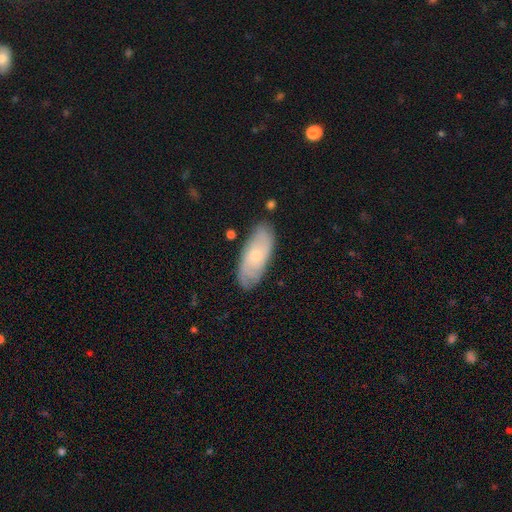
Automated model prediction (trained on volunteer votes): featured or disk 49%, smooth 44%, star or artifact 7%. Down the decision tree: merging — none (80%).